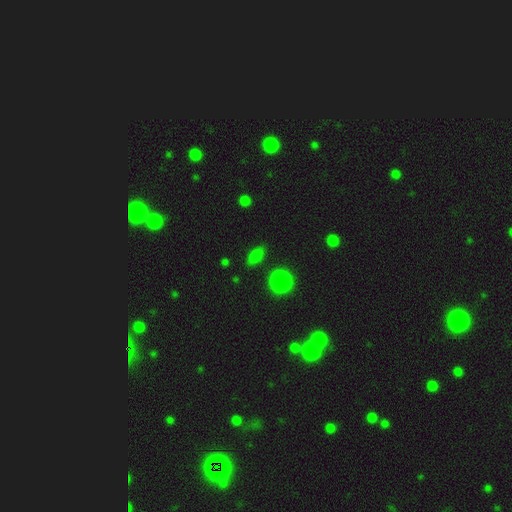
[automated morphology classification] smooth-or-featured: smooth: 79% | star or artifact: 13% | featured or disk: 9%
  how-rounded: in between: 75% | round: 15% | cigar-shaped: 9%
  merging: none: 83% | minor disturbance: 12% | major disturbance: 3% | merger: 2%